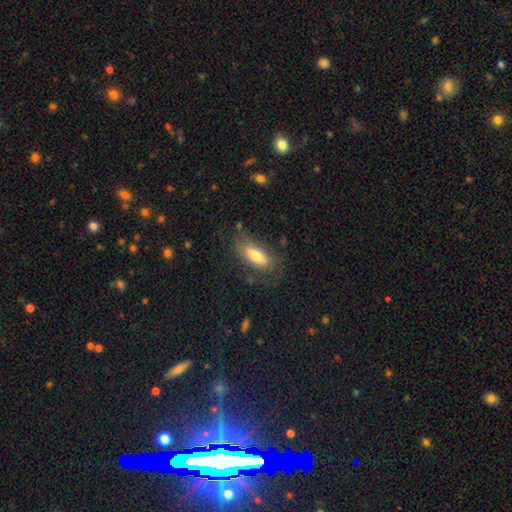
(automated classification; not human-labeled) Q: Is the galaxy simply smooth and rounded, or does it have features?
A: smooth — 73%.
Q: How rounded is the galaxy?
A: in between — 71%.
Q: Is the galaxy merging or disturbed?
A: none — 68%.